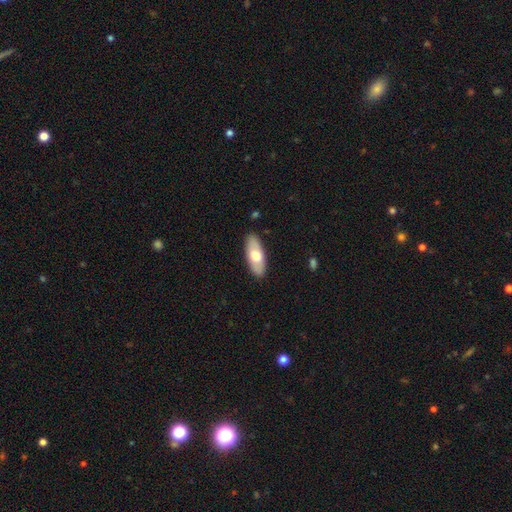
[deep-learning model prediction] Smooth or featured? smooth (66%)
How rounded? in between (81%)
Merging? none (88%)